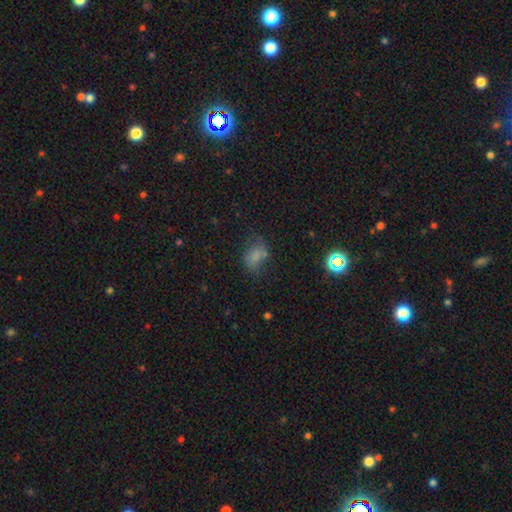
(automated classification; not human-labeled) The model was most divided on "merging": none: 49%, minor disturbance: 27%, major disturbance: 17%, merger: 7%. More confident: how rounded — in between (77%); smooth or featured — smooth (68%).